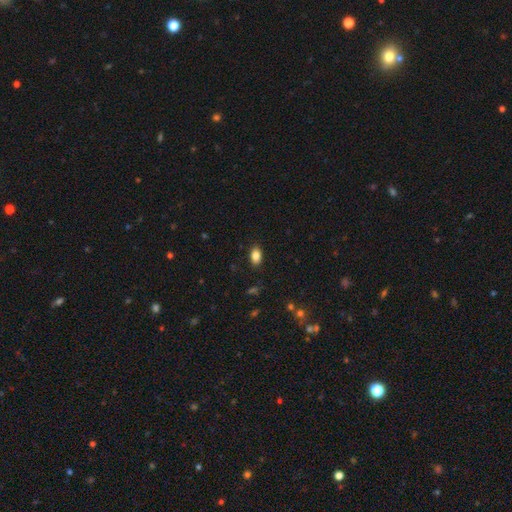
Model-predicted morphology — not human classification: smooth 85%, star or artifact 9%, featured or disk 6%. Down the decision tree: how rounded — in between (88%); merging — none (87%).